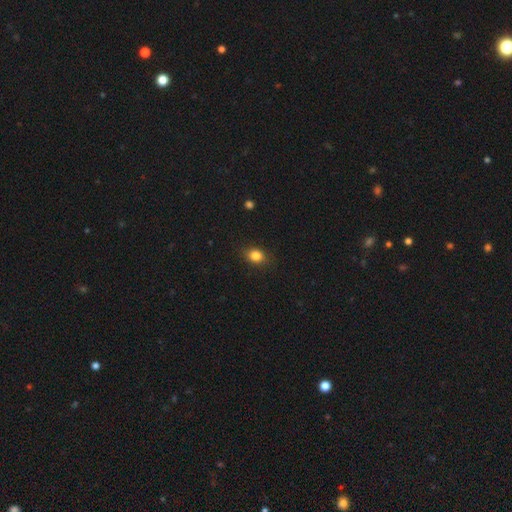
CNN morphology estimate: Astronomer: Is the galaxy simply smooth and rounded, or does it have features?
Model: smooth — 83%.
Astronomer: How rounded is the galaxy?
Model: in between — 59% (runner-up: round, 40%).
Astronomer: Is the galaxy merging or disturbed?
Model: none — 86%.